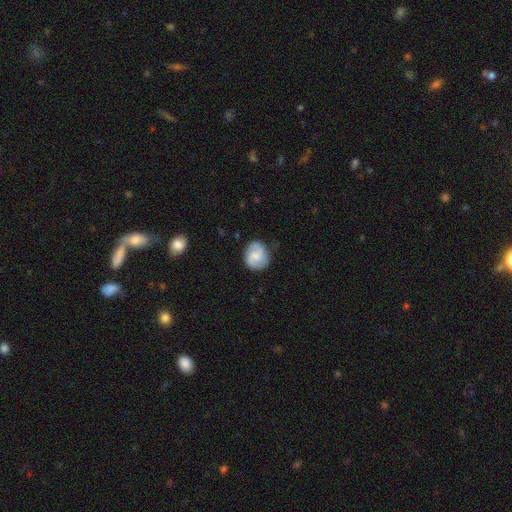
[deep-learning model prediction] A featured or disk galaxy (51%). Merging: none (76%).